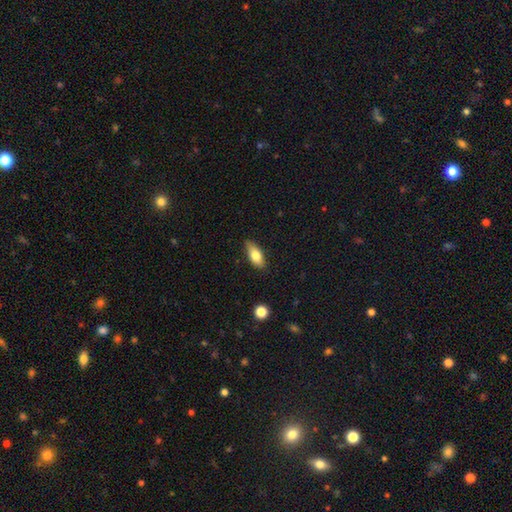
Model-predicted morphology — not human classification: The model was most divided on "smooth or featured": smooth: 74%, featured or disk: 19%, star or artifact: 7%. More confident: how rounded — in between (80%); merging — none (80%).